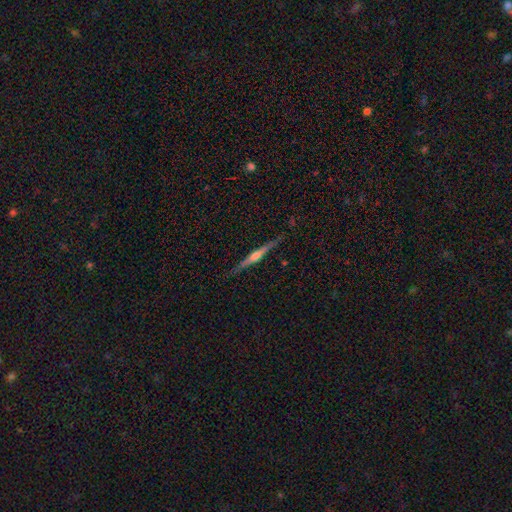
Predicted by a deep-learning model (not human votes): Smooth or featured? featured or disk (75%)
Edge-on disk? yes (98%)
Edge-on bulge? rounded (83%)
Merging? none (87%)